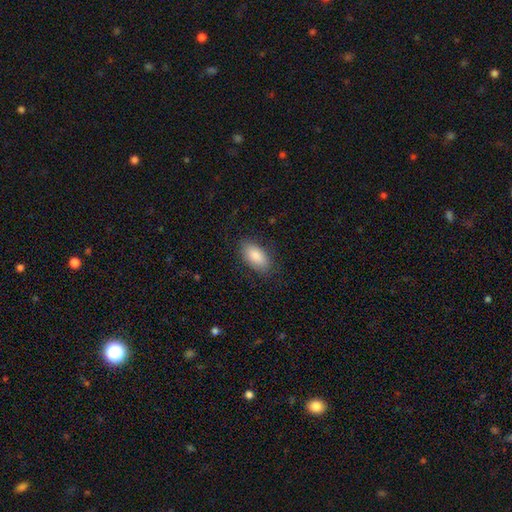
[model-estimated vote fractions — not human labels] Smooth or featured: smooth — 86% (featured or disk — 8%)
How rounded: in between — 93% (cigar-shaped — 4%)
Merging: none — 82% (minor disturbance — 13%)